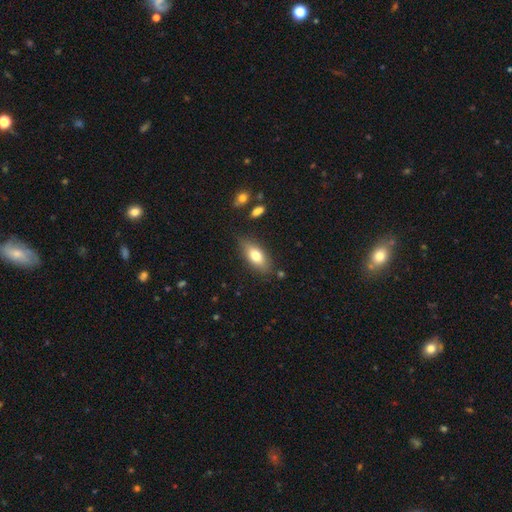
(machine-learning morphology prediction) smooth 73%, featured or disk 20%, star or artifact 7%. Down the decision tree: how rounded — in between (81%); merging — none (80%).